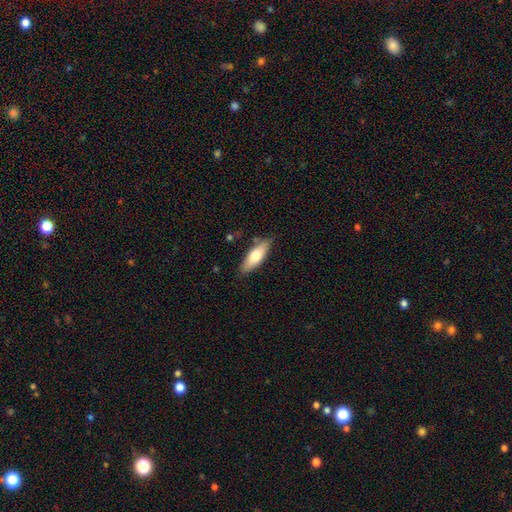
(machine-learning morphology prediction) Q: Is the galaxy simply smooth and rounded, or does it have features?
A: smooth — 67%.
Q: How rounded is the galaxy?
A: in between — 60%.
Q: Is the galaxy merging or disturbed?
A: none — 81%.